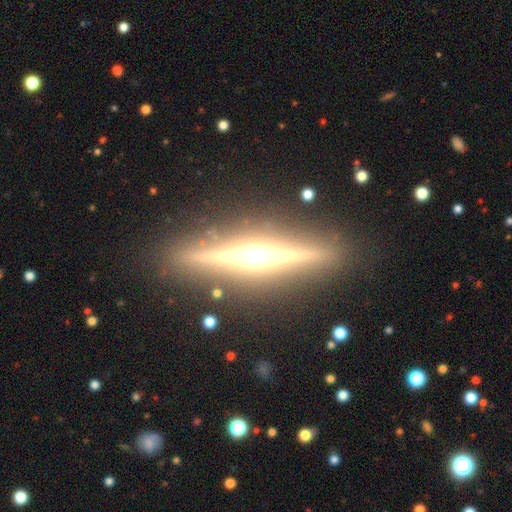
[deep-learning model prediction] smooth-or-featured: featured or disk: 87% | star or artifact: 7% | smooth: 6%
  disk-edge-on: yes: 98% | no: 2%
    edge-on-bulge: rounded: 82% | boxy: 12% | none: 7%
  merging: none: 90% | minor disturbance: 7% | major disturbance: 2% | merger: 1%